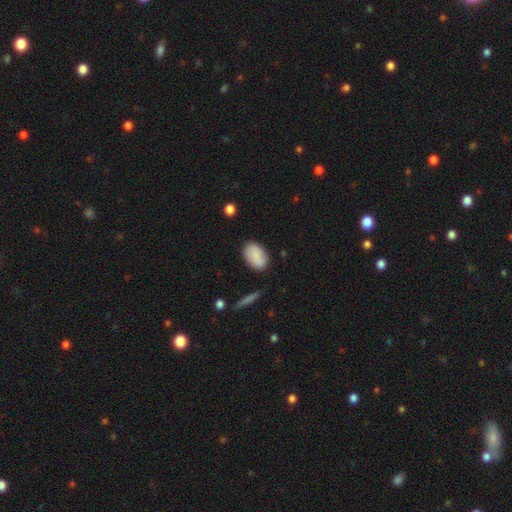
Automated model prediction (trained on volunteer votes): smooth 85%, featured or disk 8%, star or artifact 7%. Down the decision tree: how rounded — in between (90%); merging — none (83%).